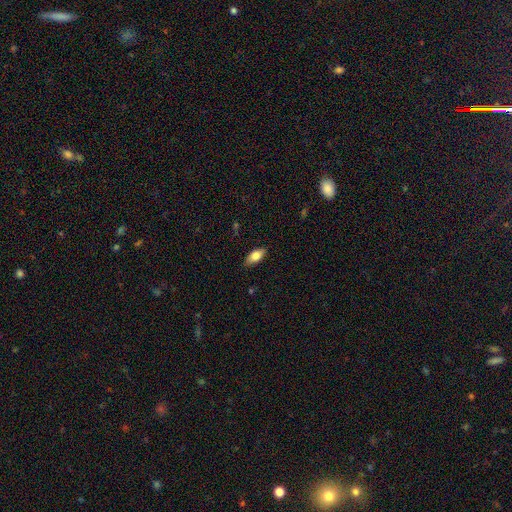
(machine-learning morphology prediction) smooth-or-featured: smooth: 80% | featured or disk: 13% | star or artifact: 7%
  how-rounded: in between: 89% | cigar-shaped: 8% | round: 3%
  merging: none: 84% | minor disturbance: 13% | major disturbance: 2% | merger: 1%